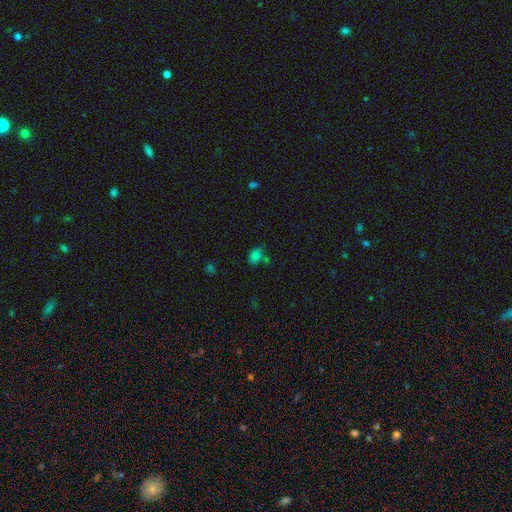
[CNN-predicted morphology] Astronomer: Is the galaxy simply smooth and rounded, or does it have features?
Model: smooth — 76%.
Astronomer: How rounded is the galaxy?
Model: in between — 76%.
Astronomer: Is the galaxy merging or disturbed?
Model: none — 60%.